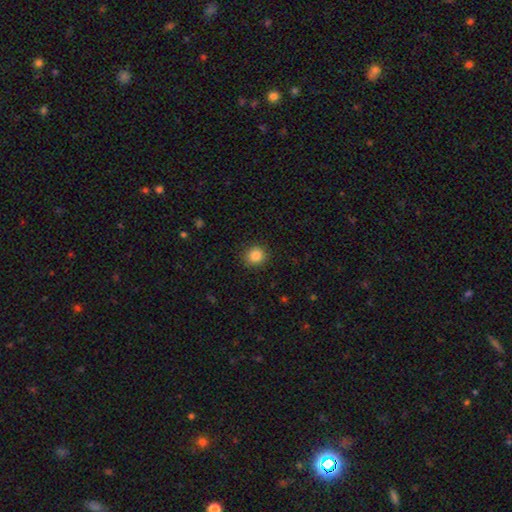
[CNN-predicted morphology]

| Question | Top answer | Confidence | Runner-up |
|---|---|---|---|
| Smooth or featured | smooth | 85% | star or artifact (10%) |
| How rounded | round | 89% | in between (10%) |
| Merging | none | 91% | minor disturbance (6%) |